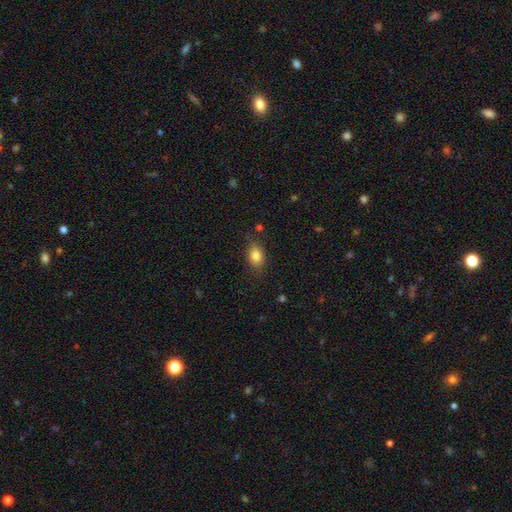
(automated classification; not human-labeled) Smooth or featured?
  - smooth: 84% *
  - star or artifact: 9%
  - featured or disk: 7%
How rounded?
  - in between: 80% *
  - round: 17%
  - cigar-shaped: 3%
Merging?
  - none: 81% *
  - minor disturbance: 14%
  - major disturbance: 4%
  - merger: 2%